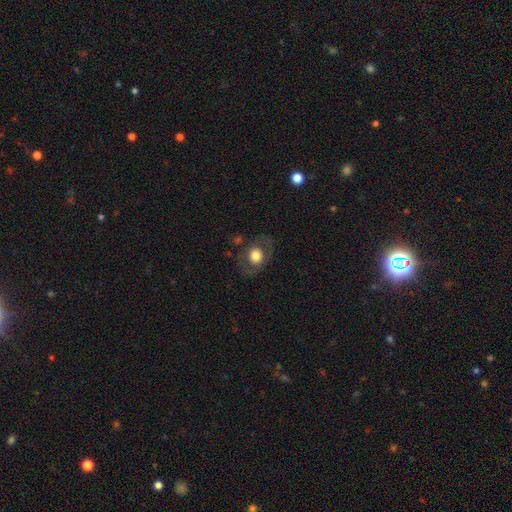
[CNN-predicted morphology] Smooth or featured?
  - smooth: 59% *
  - featured or disk: 33%
  - star or artifact: 8%
How rounded?
  - round: 54% *
  - in between: 45%
  - cigar-shaped: 1%
Merging?
  - none: 75% *
  - minor disturbance: 15%
  - major disturbance: 9%
  - merger: 2%